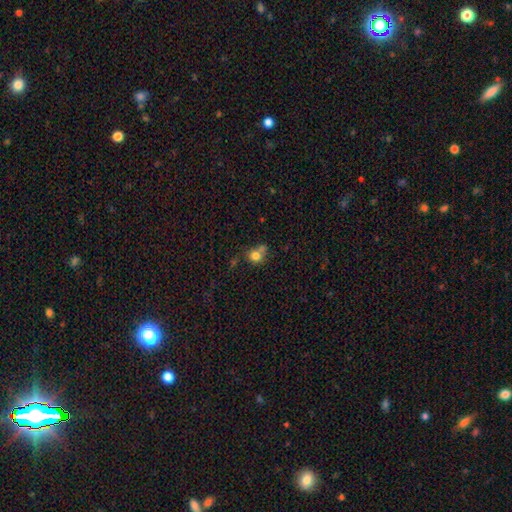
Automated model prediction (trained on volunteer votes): Smooth or featured: smooth — 77% (star or artifact — 12%)
How rounded: round — 77% (in between — 22%)
Merging: none — 43% (merger — 37%)